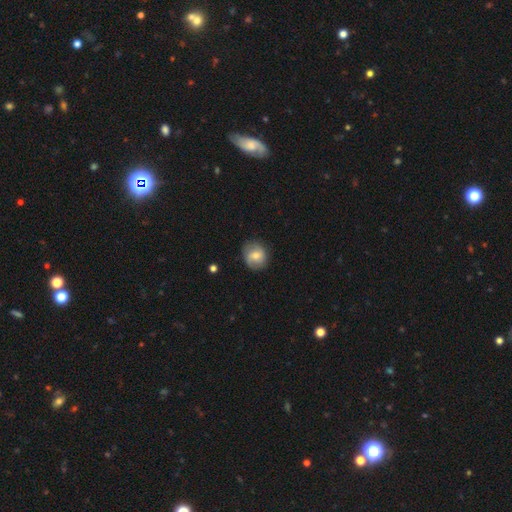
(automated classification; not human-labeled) Q: Smooth or featured?
A: smooth (62%); runner-up: featured or disk (30%)
Q: How rounded?
A: round (78%); runner-up: in between (21%)
Q: Merging?
A: none (79%); runner-up: minor disturbance (15%)